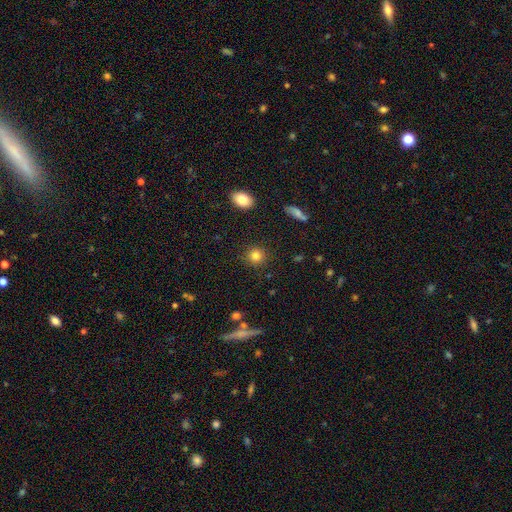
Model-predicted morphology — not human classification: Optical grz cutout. It shows a smooth galaxy with no disk features (82%) that is round (90%). Merging: none (89%).